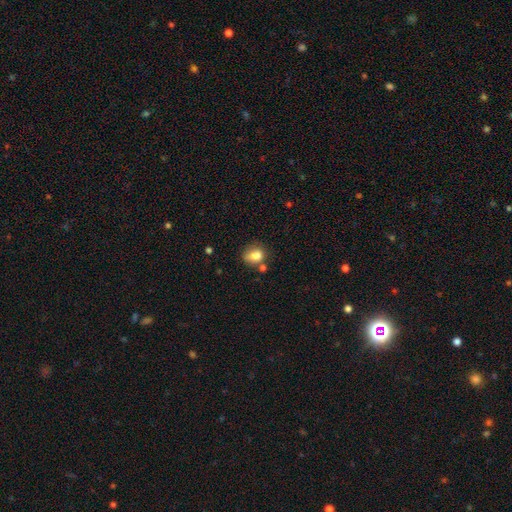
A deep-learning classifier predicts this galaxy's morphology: This is likely a smooth galaxy (80%). How rounded: possibly in between (56%). Merging: possibly none (50%).